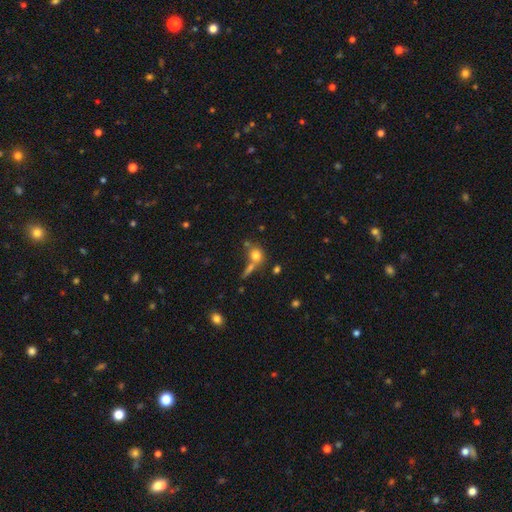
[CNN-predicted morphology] The model was most divided on "merging": none: 50%, merger: 30%, minor disturbance: 12%, major disturbance: 7%. More confident: smooth or featured — smooth (75%); how rounded — round (73%).